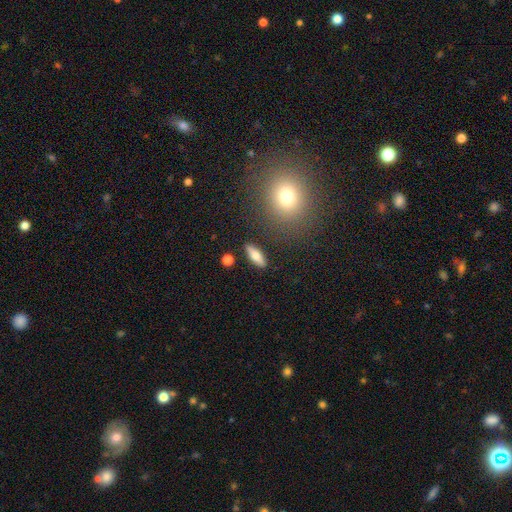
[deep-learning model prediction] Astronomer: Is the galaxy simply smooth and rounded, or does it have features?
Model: smooth — 72%.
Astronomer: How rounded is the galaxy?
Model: in between — 54% (runner-up: cigar-shaped, 43%).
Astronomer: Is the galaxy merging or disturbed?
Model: none — 86%.